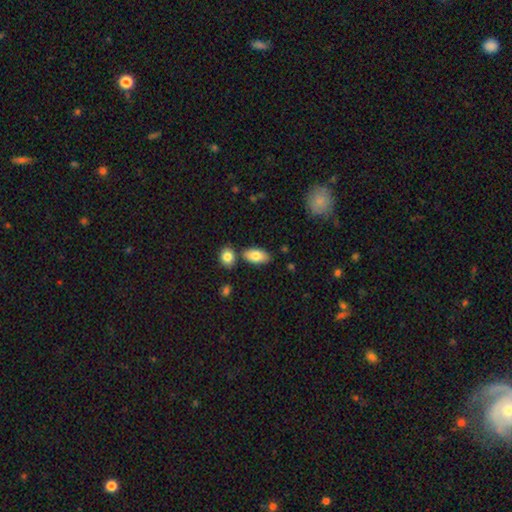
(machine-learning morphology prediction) A smooth galaxy with no disk features (81%) that is in between round and cigar-shaped (92%). Merging: none (74%).